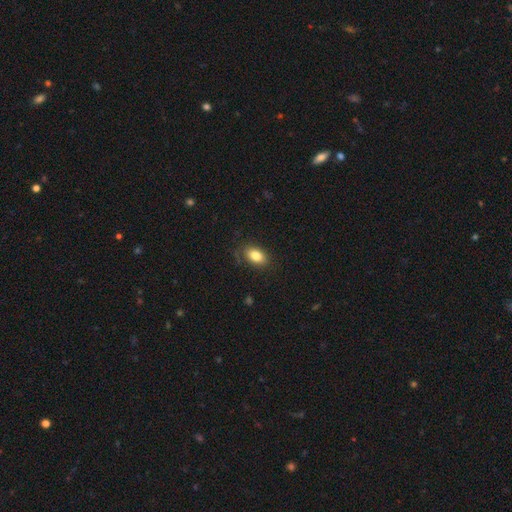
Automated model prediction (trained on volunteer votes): Q: Smooth or featured?
A: smooth (83%); runner-up: featured or disk (9%)
Q: How rounded?
A: in between (87%); runner-up: round (11%)
Q: Merging?
A: none (83%); runner-up: minor disturbance (13%)